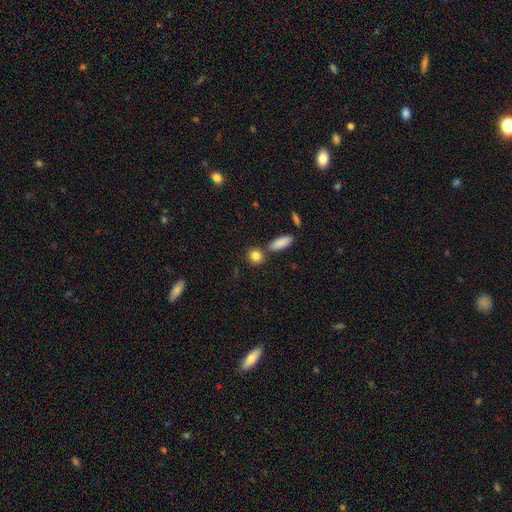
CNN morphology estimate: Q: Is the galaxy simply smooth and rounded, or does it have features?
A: smooth — 85%.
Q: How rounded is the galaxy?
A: round — 70%.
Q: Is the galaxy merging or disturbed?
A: none — 73%.